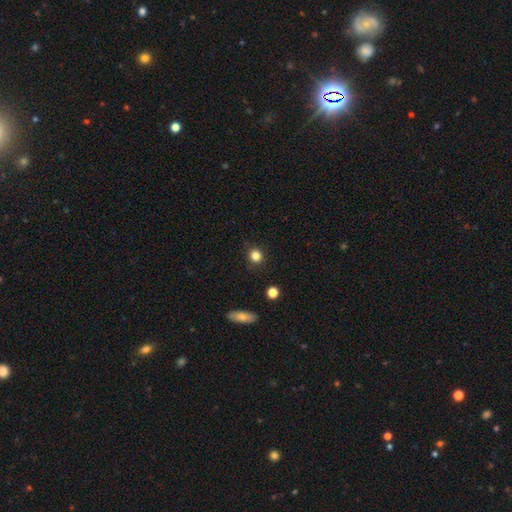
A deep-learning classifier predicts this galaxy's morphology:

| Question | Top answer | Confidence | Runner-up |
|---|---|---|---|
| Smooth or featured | smooth | 82% | star or artifact (12%) |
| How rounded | round | 87% | in between (12%) |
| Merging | none | 86% | minor disturbance (10%) |